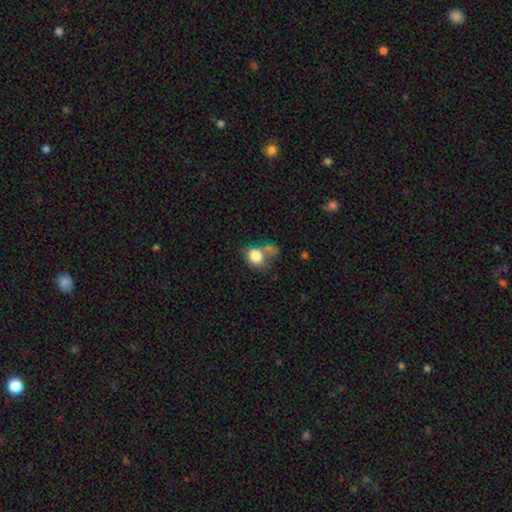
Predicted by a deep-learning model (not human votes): smooth 78%, featured or disk 12%, star or artifact 10%. Down the decision tree: how rounded — round (53%); merging — none (32%).